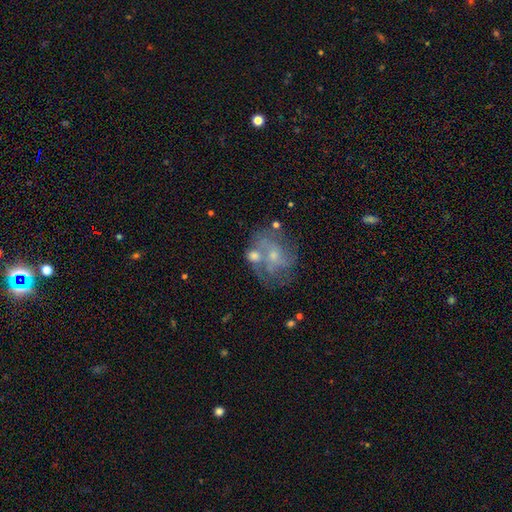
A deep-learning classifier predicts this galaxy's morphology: Smooth or featured? featured or disk (66%)
Edge-on disk? no (97%)
Bar? no (72%)
Spiral arms? yes (69%)
Bulge size? small (59%)
Merging? none (46%)